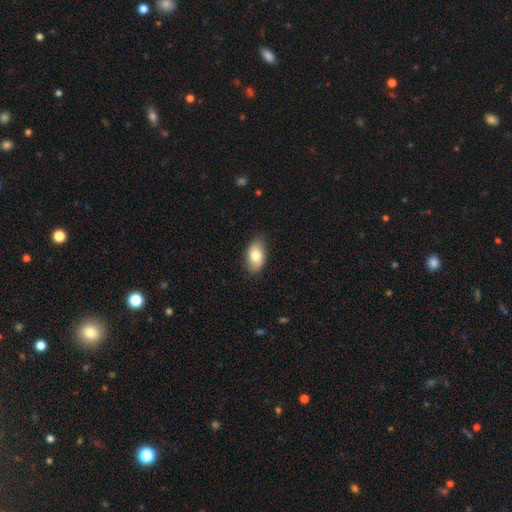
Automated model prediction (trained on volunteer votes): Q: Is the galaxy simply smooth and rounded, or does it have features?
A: smooth — 78%.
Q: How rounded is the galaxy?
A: in between — 92%.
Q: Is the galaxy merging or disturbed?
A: none — 81%.